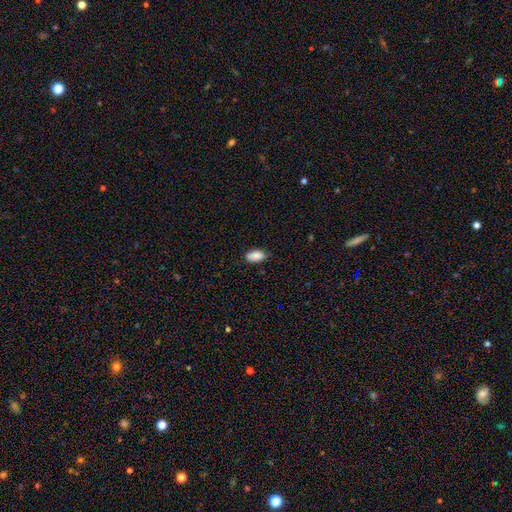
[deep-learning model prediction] Smooth or featured: smooth — 88% (star or artifact — 7%)
How rounded: in between — 92% (cigar-shaped — 5%)
Merging: none — 80% (minor disturbance — 17%)